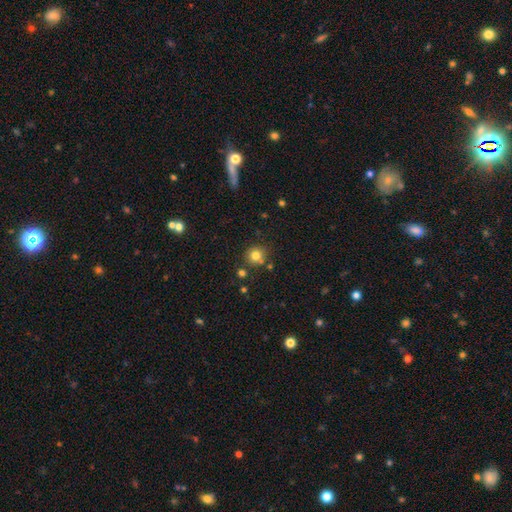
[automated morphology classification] This appears to be a smooth galaxy with no disk features (79%) that is round (90%). Merging: none (78%).